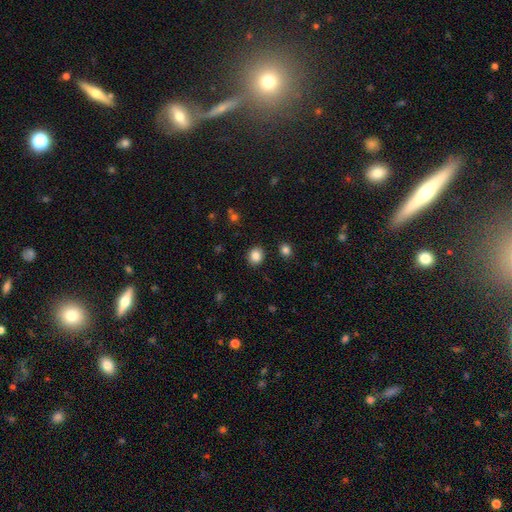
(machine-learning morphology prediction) A smooth galaxy with no disk features (85%) that is round (71%).

Vote fractions:
- Smooth or featured? smooth: 85% / star or artifact: 10% / featured or disk: 4%
- How rounded? round: 71% / in between: 29% / cigar-shaped: 1%
- Merging? none: 88% / minor disturbance: 7% / major disturbance: 2% / merger: 2%